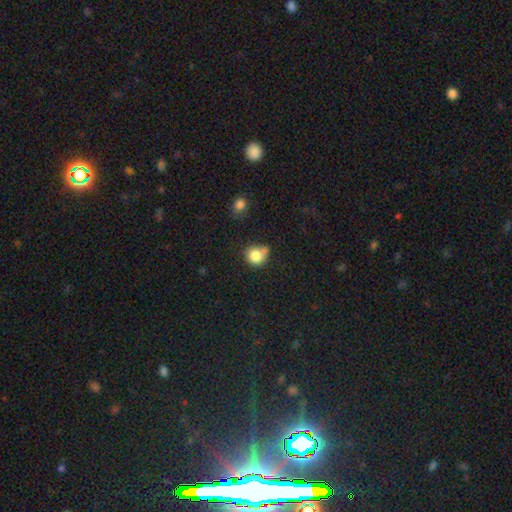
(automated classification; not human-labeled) Morphology: type=smooth (83%); roundness=round (85%); merging=none (51%).